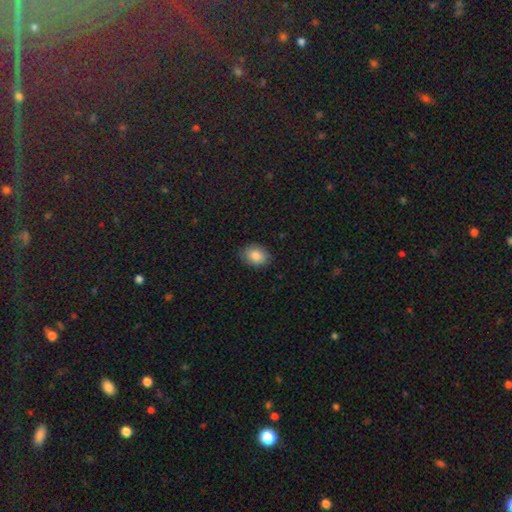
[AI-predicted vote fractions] Morphology: type=smooth (86%); roundness=in between (71%); merging=none (86%).